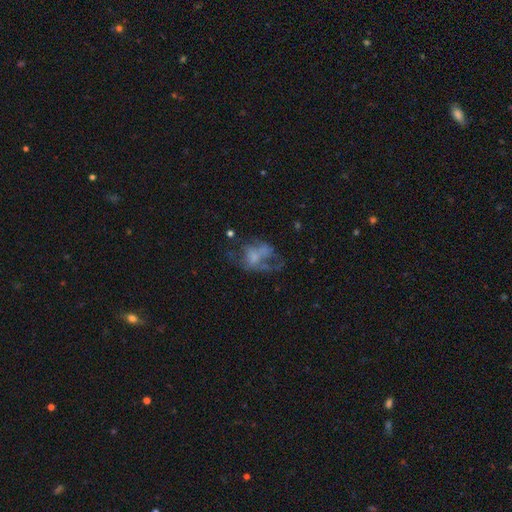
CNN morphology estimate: A featured or disk galaxy (53%) with no bar (83%), no spiral arms (76%) and no central bulge (49%). Merging: major disturbance (44%).